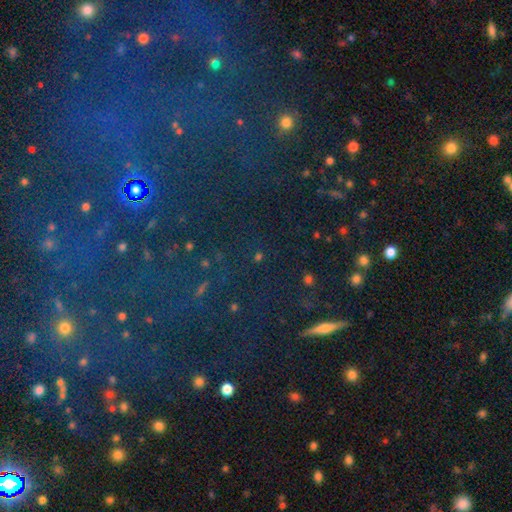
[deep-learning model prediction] Overall: star or artifact (57%; smooth 26%).